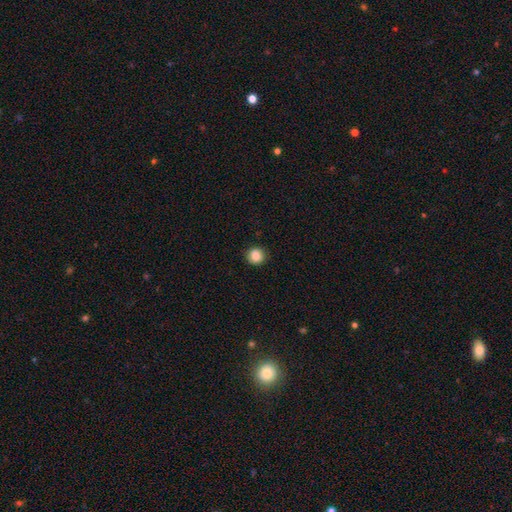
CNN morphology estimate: Smooth or featured?
  - smooth: 87% *
  - star or artifact: 10%
  - featured or disk: 4%
How rounded?
  - round: 90% *
  - in between: 9%
  - cigar-shaped: 1%
Merging?
  - none: 89% *
  - minor disturbance: 8%
  - major disturbance: 2%
  - merger: 1%